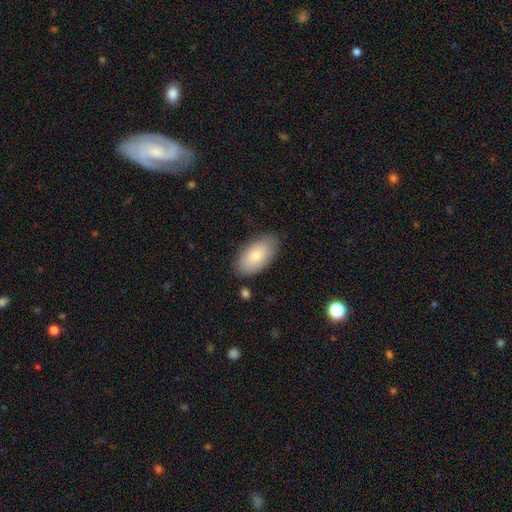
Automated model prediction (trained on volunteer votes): The model was most divided on "smooth or featured": smooth: 79%, featured or disk: 15%, star or artifact: 6%. More confident: how rounded — in between (95%); merging — none (81%).